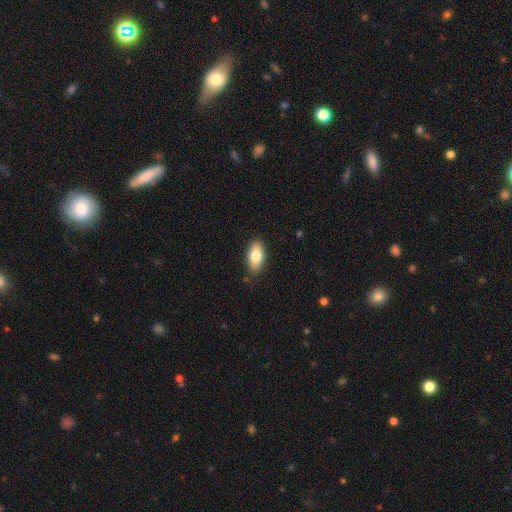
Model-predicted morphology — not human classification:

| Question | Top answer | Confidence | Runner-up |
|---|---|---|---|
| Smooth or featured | smooth | 79% | featured or disk (14%) |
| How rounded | in between | 88% | cigar-shaped (8%) |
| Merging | none | 85% | minor disturbance (12%) |